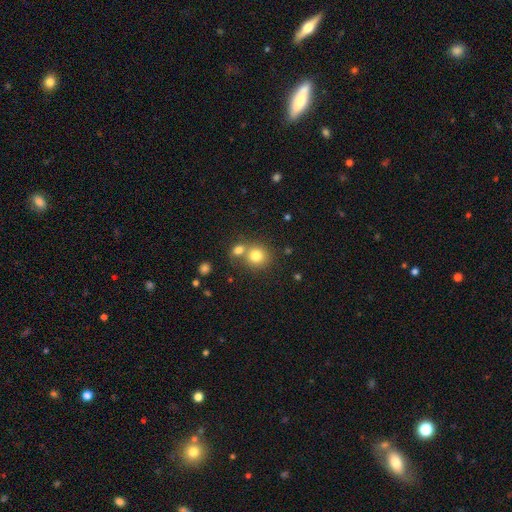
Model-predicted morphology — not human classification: smooth 79%, star or artifact 12%, featured or disk 10%. Down the decision tree: how rounded — round (85%); merging — none (52%).